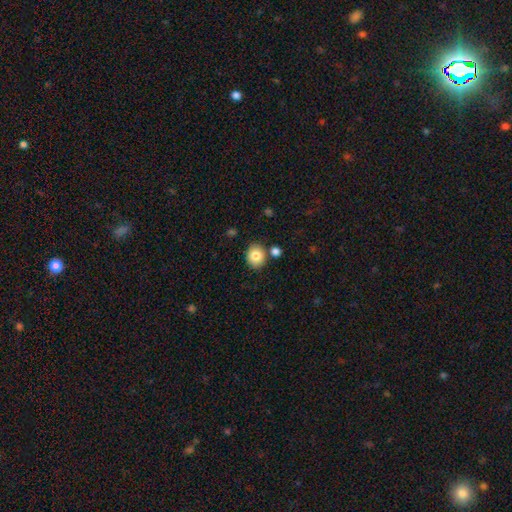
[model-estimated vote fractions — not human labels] Overall: smooth (81%). How rounded: round (73%). Merging: none (79%).